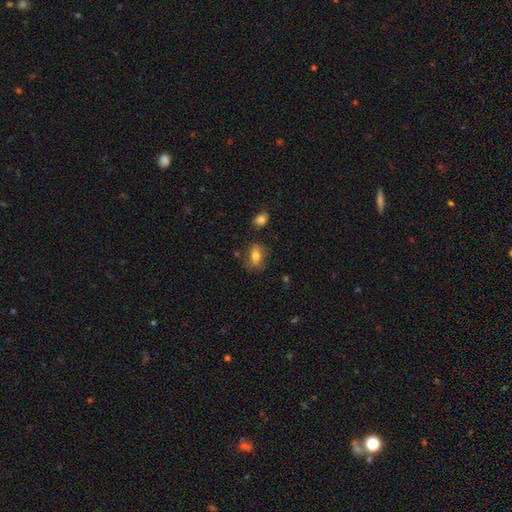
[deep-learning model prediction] Morphology: type=smooth (77%); roundness=in between (79%); merging=none (72%).